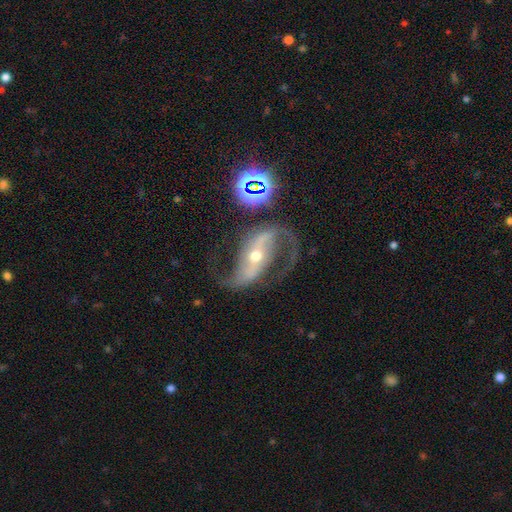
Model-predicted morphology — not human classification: Smooth or featured: featured or disk — 89% (star or artifact — 7%)
Edge-on disk: no — 96% (yes — 4%)
Bar: strong — 56% (weak — 25%)
Spiral arms: yes — 97% (no — 3%)
Spiral winding: loose — 49% (medium — 42%)
Spiral arm count: 2 — 93% (1 — 2%)
Bulge size: moderate — 53% (small — 42%)
Merging: none — 69% (minor disturbance — 14%)